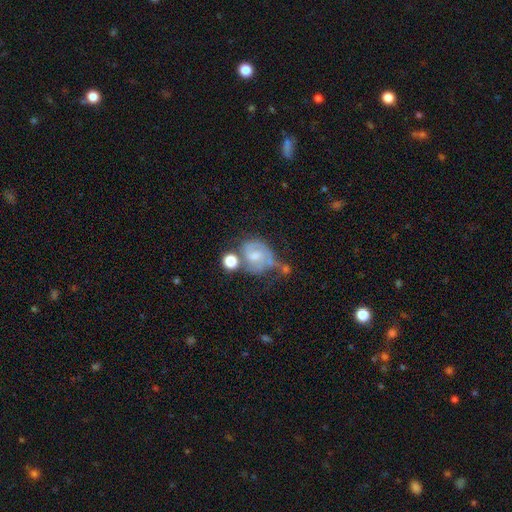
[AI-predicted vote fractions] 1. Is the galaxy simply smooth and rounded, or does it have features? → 67% featured or disk, 24% smooth, 8% star or artifact.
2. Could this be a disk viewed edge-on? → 98% no, 2% yes.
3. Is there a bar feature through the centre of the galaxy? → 50% no, 42% weak, 8% strong.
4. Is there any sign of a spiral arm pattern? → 89% yes, 11% no.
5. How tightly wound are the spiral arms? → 43% medium (tied), 43% tight (tied), 14% loose.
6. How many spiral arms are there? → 65% 2, 18% can't tell, 7% 3, 7% 1, 2% 4, 2% more than 4.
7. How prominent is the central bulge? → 46% small, 41% moderate, 9% none, 3% large, 1% dominant.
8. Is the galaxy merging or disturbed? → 39% none, 23% minor disturbance, 22% merger, 16% major disturbance.